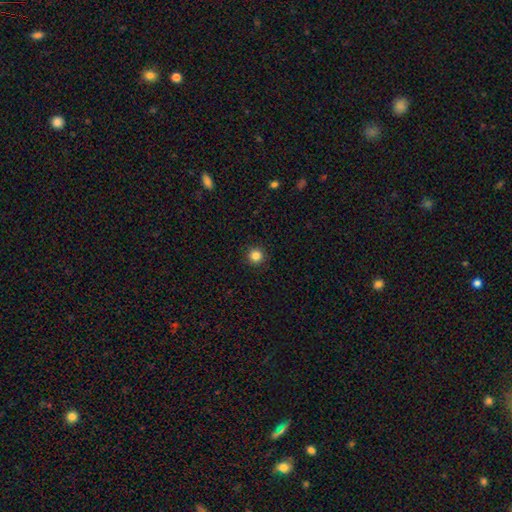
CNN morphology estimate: Overall: smooth (84%). How rounded: round (96%). Merging: none (93%).